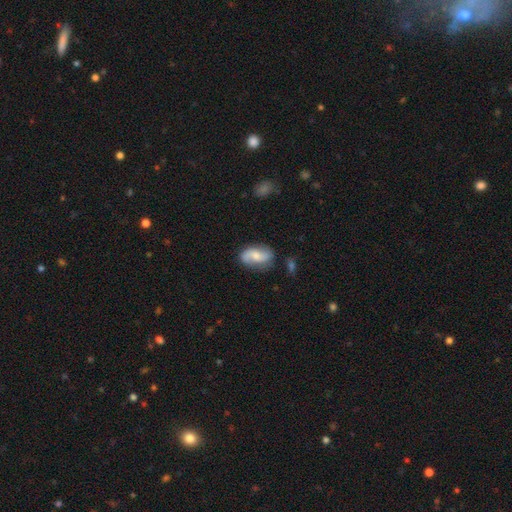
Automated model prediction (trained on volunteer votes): The model was most divided on "bulge size": moderate: 47%, small: 34%, none: 9%, large: 8%, dominant: 2%. More confident: edge-on disk — no (95%); spiral arms — yes (89%); merging — none (70%); bar — no (56%); smooth or featured — featured or disk (53%).